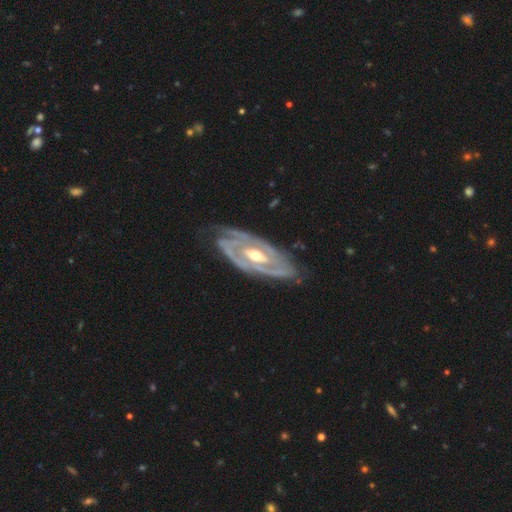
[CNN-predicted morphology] Q: Smooth or featured?
A: featured or disk (91%); runner-up: smooth (6%)
Q: Edge-on disk?
A: no (92%); runner-up: yes (8%)
Q: Bar?
A: weak (36%); runner-up: no (33%)
Q: Spiral arms?
A: yes (94%); runner-up: no (6%)
Q: Spiral winding?
A: tight (66%); runner-up: medium (27%)
Q: Spiral arm count?
A: 2 (58%); runner-up: can't tell (16%)
Q: Bulge size?
A: moderate (72%); runner-up: small (23%)
Q: Merging?
A: none (71%); runner-up: minor disturbance (21%)